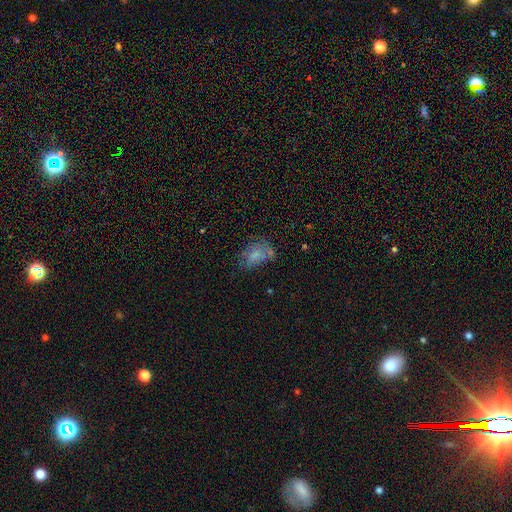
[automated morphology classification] Overall: smooth (64%). How rounded: in between (84%). Merging: none (39%; minor disturbance 26%).